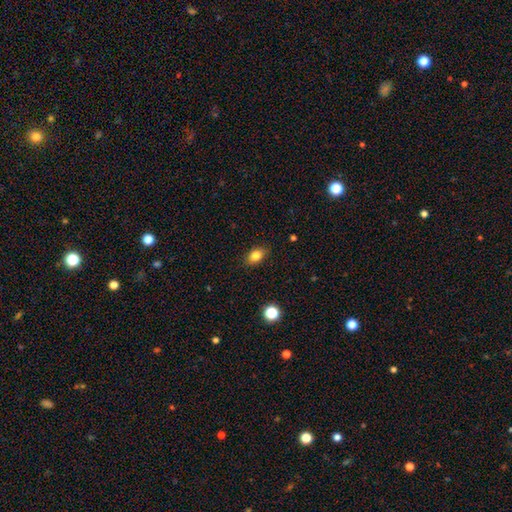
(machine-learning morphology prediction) type=smooth (83%); roundness=in between (80%); merging=none (87%).